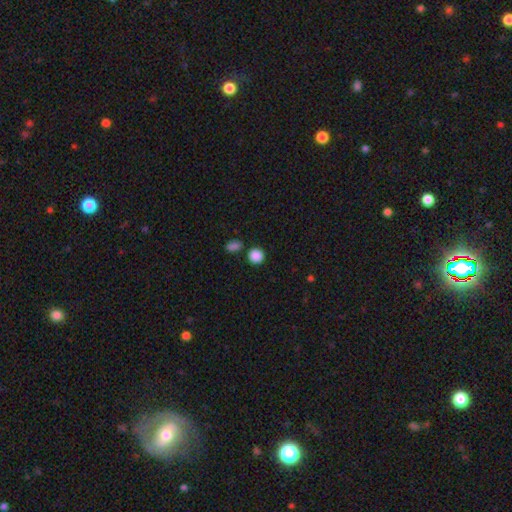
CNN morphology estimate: smooth-or-featured: smooth: 87% | star or artifact: 10% | featured or disk: 3%
  how-rounded: round: 88% | in between: 11% | cigar-shaped: 1%
  merging: none: 79% | merger: 9% | minor disturbance: 8% | major disturbance: 3%